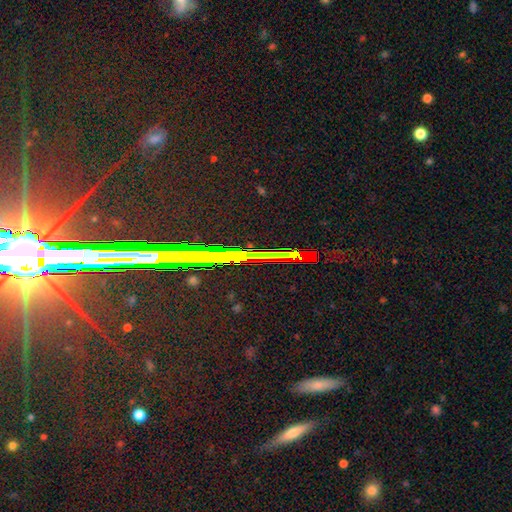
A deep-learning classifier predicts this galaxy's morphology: This appears to be a star or artifact, not a galaxy (73%).